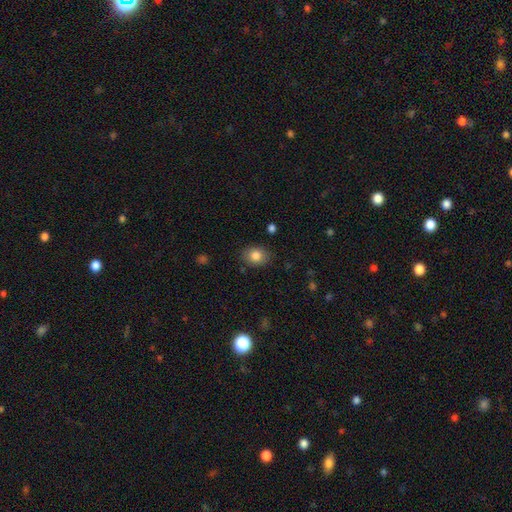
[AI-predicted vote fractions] A smooth galaxy with no disk features (83%) that is in between round and cigar-shaped (57%). Merging: none (84%).